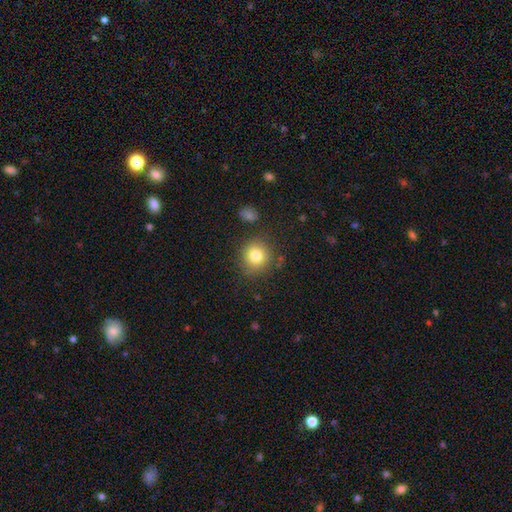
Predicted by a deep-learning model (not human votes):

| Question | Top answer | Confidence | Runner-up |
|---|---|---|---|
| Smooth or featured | smooth | 80% | star or artifact (11%) |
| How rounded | round | 89% | in between (10%) |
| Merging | none | 84% | minor disturbance (10%) |